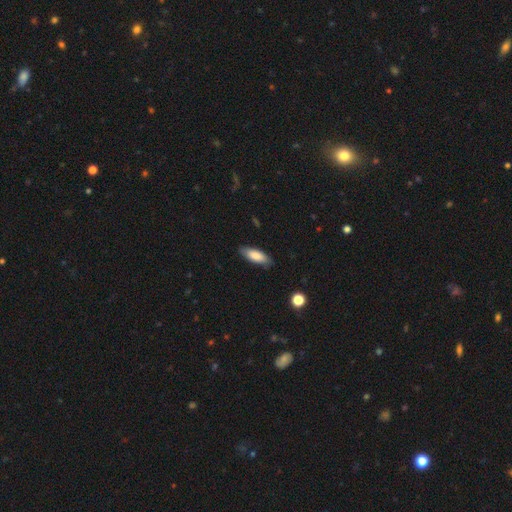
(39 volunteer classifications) smooth 72%, featured or disk 15%, star or artifact 13%. Down the decision tree: how rounded — in between (93%); merging — none (79%).